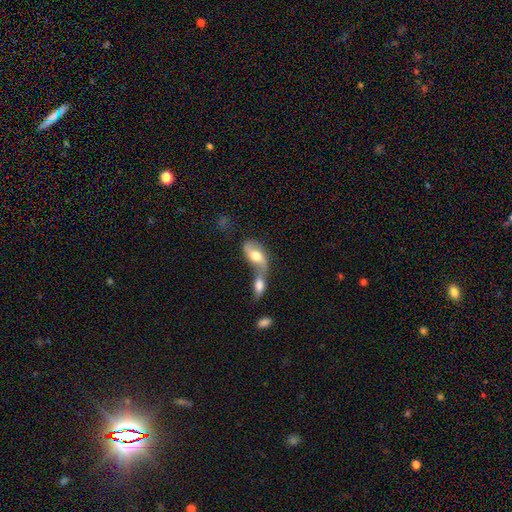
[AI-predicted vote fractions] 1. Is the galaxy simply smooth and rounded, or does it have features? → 48% featured or disk, 44% smooth, 7% star or artifact.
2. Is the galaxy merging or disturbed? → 68% merger, 18% none, 8% minor disturbance, 7% major disturbance.